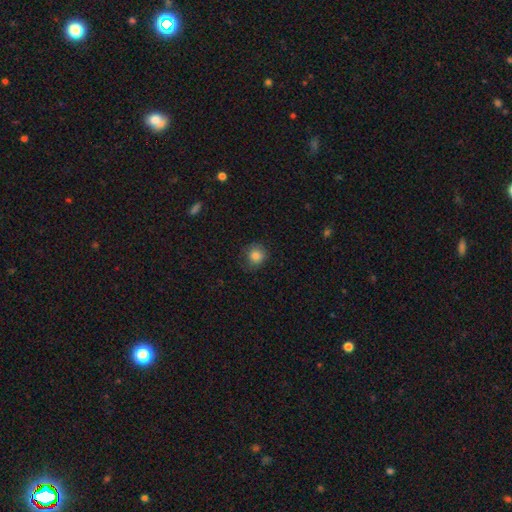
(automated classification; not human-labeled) Smooth or featured: smooth — 83% (star or artifact — 10%)
How rounded: round — 88% (in between — 11%)
Merging: none — 77% (minor disturbance — 18%)